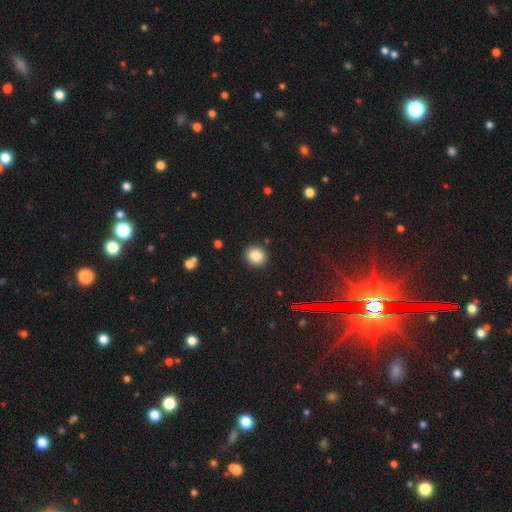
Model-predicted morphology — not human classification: Smooth or featured? Predicted: smooth (p=0.85). How rounded? Predicted: round (p=0.83). Merging? Predicted: none (p=0.90).